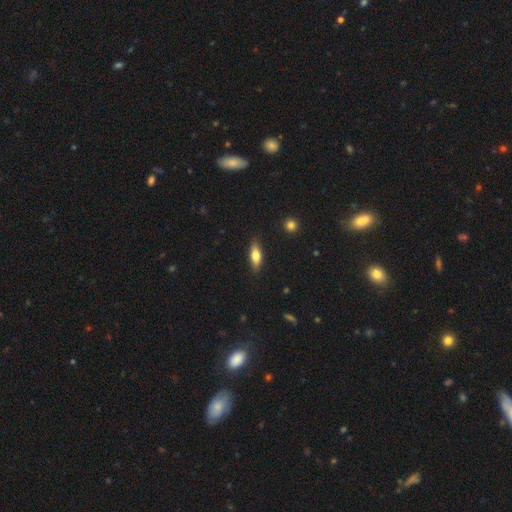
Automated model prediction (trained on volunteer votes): smooth-or-featured: smooth: 67% | featured or disk: 26% | star or artifact: 7%
  how-rounded: in between: 65% | cigar-shaped: 31% | round: 3%
  merging: none: 85% | minor disturbance: 11% | major disturbance: 2% | merger: 1%